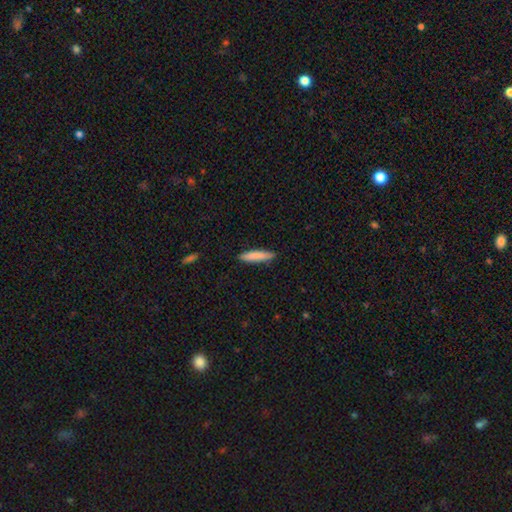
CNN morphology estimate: Overall: smooth (85%). How rounded: cigar-shaped (85%). Merging: none (89%).